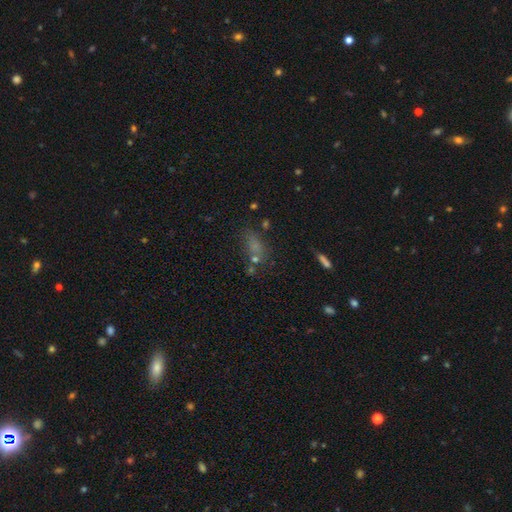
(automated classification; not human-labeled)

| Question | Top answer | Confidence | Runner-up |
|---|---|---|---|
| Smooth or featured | smooth | 61% | star or artifact (24%) |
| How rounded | in between | 73% | round (14%) |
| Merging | none | 57% | minor disturbance (17%) |